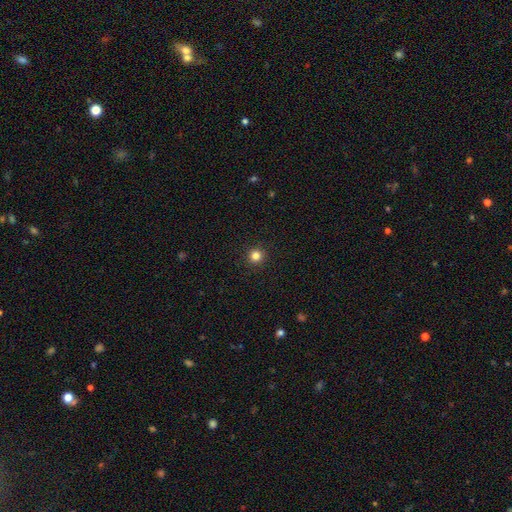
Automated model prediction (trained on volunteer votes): Smooth or featured: smooth — 83% (star or artifact — 13%)
How rounded: round — 96% (in between — 3%)
Merging: none — 93% (minor disturbance — 4%)